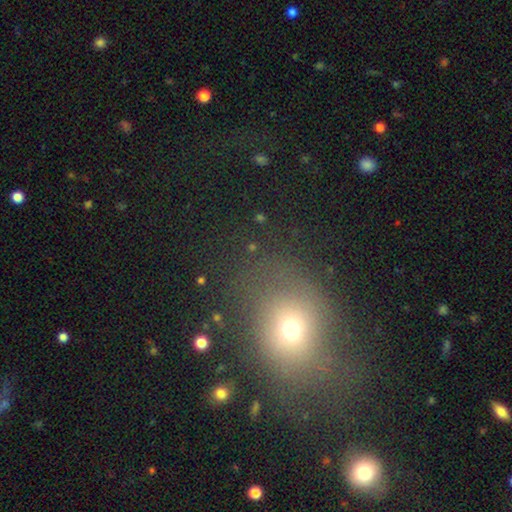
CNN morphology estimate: A smooth galaxy with no disk features (59%) that is round (51%). Merging: none (70%).